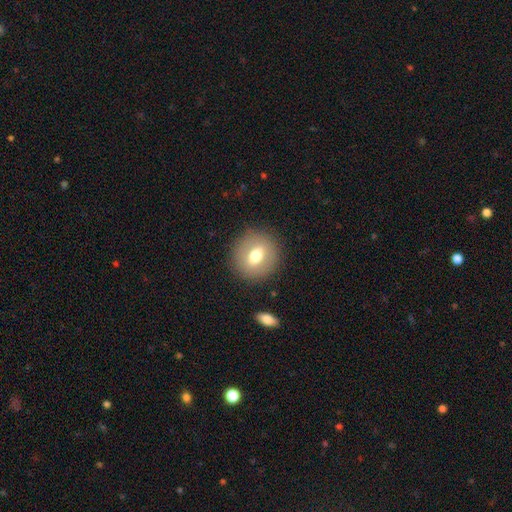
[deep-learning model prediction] This is likely a smooth galaxy (62%). How rounded: likely round (80%). Merging: clearly none (87%).